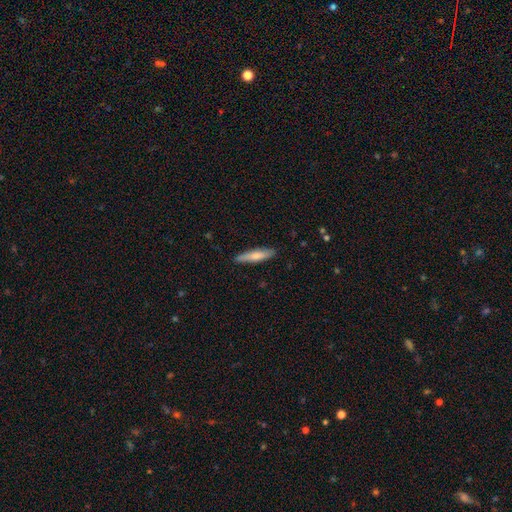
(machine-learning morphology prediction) A smooth galaxy with no disk features (71%) that is cigar-shaped (83%). Merging: none (88%).